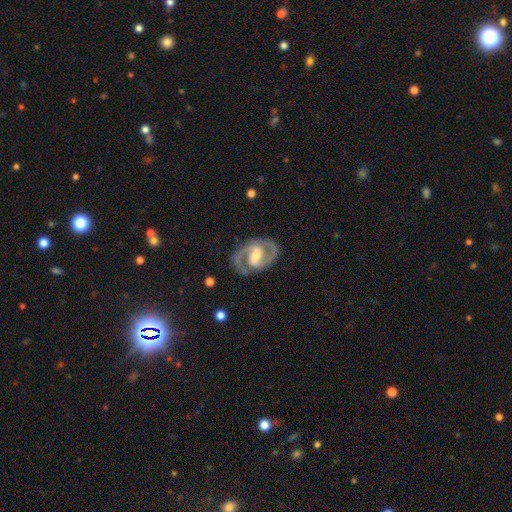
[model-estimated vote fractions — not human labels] smooth_or_featured: featured or disk (p=0.91) [alt: smooth p=0.05]
disk_edge_on: no (p=0.98) [alt: yes p=0.02]
bar: weak (p=0.42) [alt: strong p=0.41]
has_spiral_arms: yes (p=0.97) [alt: no p=0.03]
spiral_winding: medium (p=0.59) [alt: tight p=0.32]
spiral_arm_count: 2 (p=0.94) [alt: can't tell p=0.02]
bulge_size: moderate (p=0.56) [alt: small p=0.29]
merging: none (p=0.83) [alt: minor disturbance p=0.11]